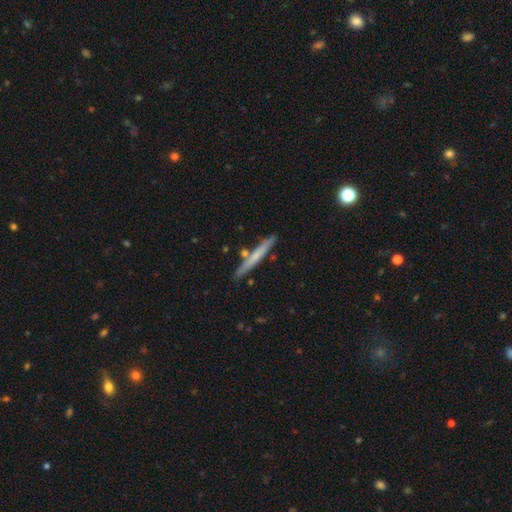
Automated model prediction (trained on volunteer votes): This is possibly a smooth galaxy (56%). How rounded: clearly cigar-shaped (96%). Merging: clearly none (83%).